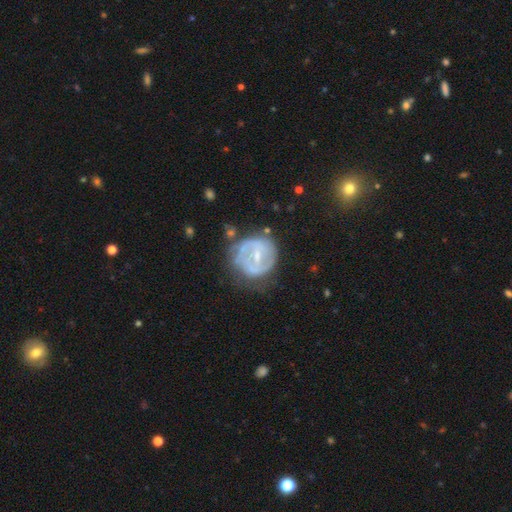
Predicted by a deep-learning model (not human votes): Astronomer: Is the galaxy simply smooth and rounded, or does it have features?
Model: featured or disk — 72%.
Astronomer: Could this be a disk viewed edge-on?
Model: no — 97%.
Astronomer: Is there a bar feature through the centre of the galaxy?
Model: weak — 49% (runner-up: strong, 31%).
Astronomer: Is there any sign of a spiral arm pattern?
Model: yes — 66%.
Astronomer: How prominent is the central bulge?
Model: small — 55% (runner-up: moderate, 37%).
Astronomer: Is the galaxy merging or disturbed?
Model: none — 53%.